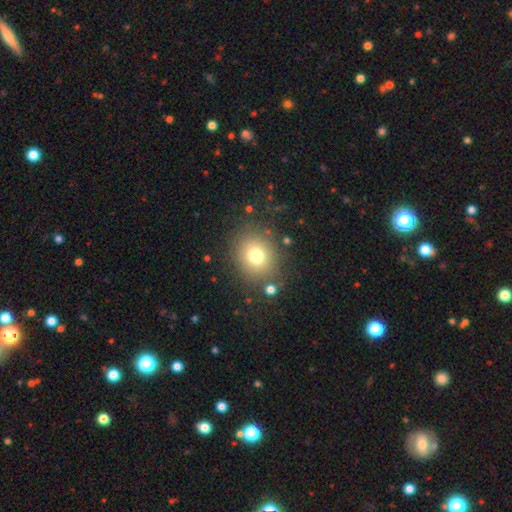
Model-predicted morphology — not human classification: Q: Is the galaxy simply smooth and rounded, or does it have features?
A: smooth — 75%.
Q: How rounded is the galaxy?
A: round — 75%.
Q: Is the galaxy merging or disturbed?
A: none — 82%.